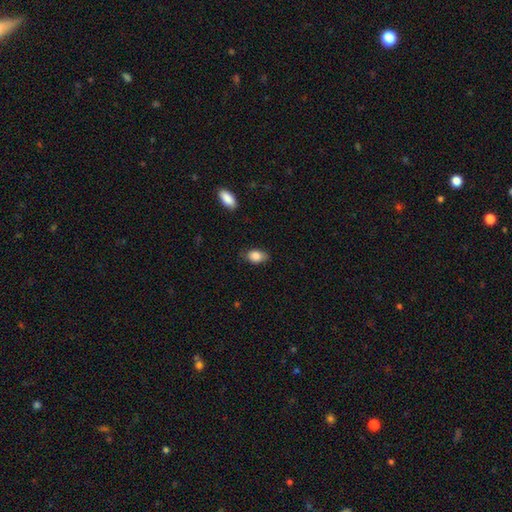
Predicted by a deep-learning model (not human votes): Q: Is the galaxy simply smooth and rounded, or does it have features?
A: smooth — 83%.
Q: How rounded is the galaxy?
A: in between — 82%.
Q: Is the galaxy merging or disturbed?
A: none — 71%.